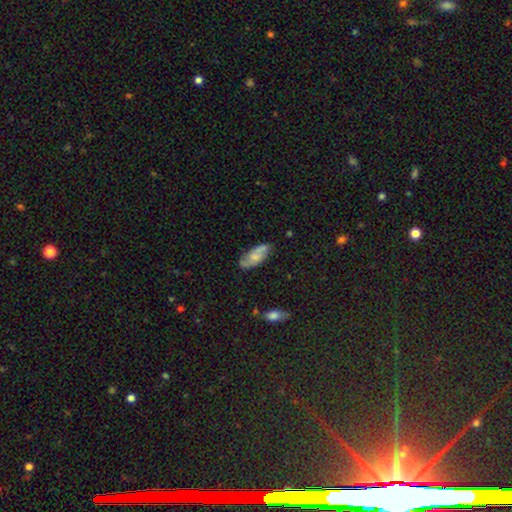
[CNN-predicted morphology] type=smooth (47%); merging=none (68%).